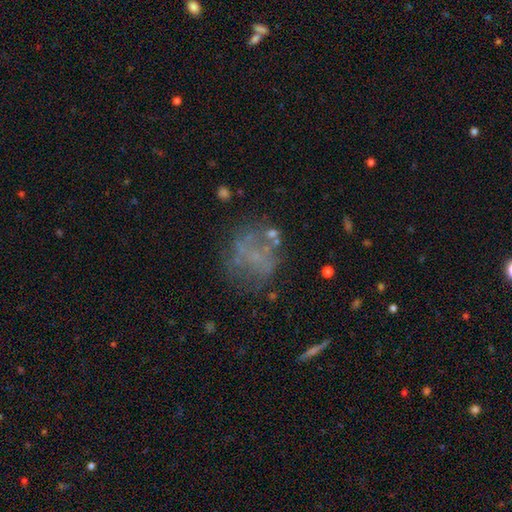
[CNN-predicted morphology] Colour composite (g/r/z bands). It shows a featured or disk galaxy (44%). Merging: none (59%).